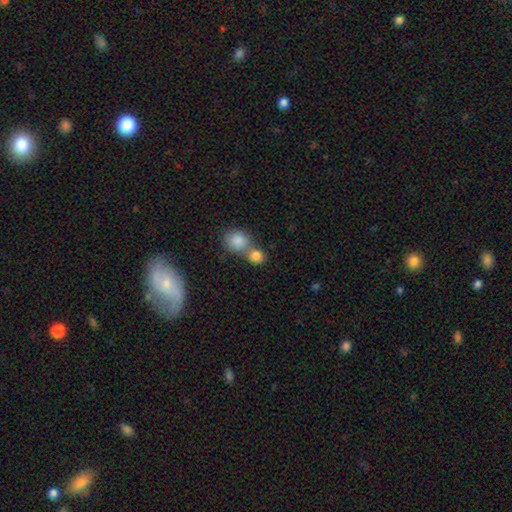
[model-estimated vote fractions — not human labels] smooth-or-featured: smooth: 84% | star or artifact: 9% | featured or disk: 7%
  how-rounded: round: 77% | in between: 21% | cigar-shaped: 1%
  merging: merger: 56% | none: 35% | minor disturbance: 6% | major disturbance: 3%